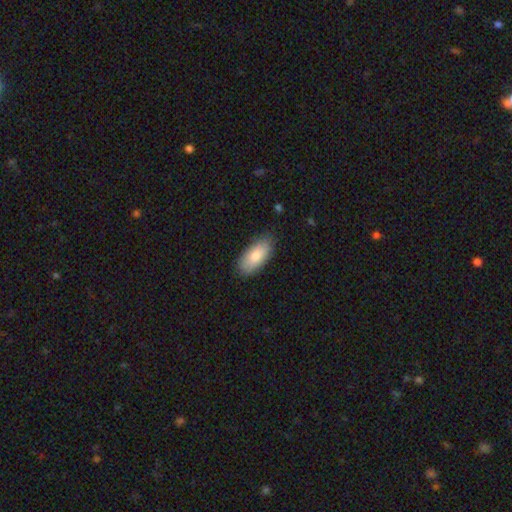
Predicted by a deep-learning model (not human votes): A smooth galaxy with no disk features (84%) that is in between round and cigar-shaped (89%).

Vote fractions:
- Smooth or featured? smooth: 84% / featured or disk: 10% / star or artifact: 6%
- How rounded? in between: 89% / cigar-shaped: 9% / round: 2%
- Merging? none: 84% / minor disturbance: 13% / major disturbance: 2% / merger: 1%